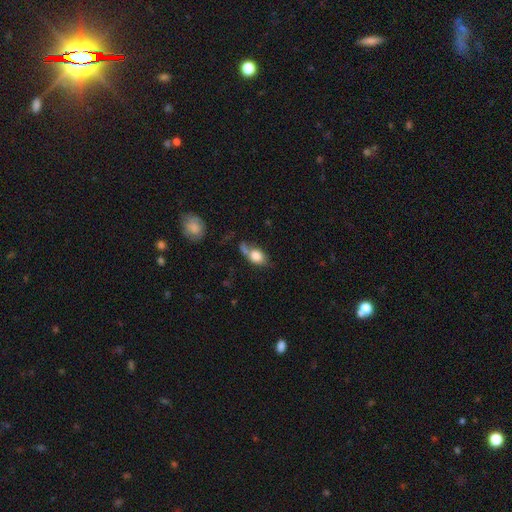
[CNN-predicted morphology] A smooth galaxy with no disk features (76%) that is in between round and cigar-shaped (74%).

Vote fractions:
- Smooth or featured? smooth: 76% / featured or disk: 16% / star or artifact: 8%
- How rounded? in between: 74% / round: 22% / cigar-shaped: 4%
- Merging? none: 37% / minor disturbance: 23% / merger: 23% / major disturbance: 17%